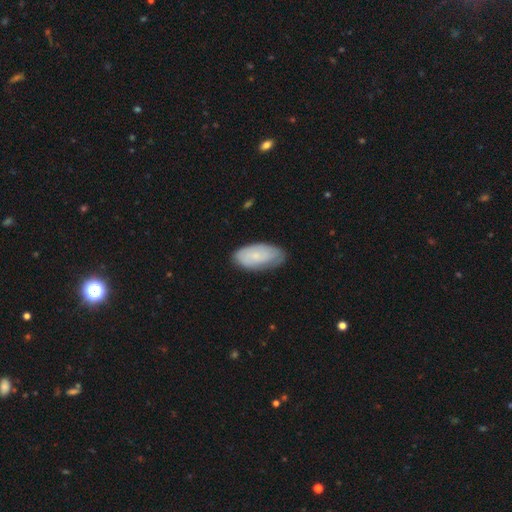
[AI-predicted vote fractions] Q: Smooth or featured?
A: smooth (67%); runner-up: featured or disk (27%)
Q: How rounded?
A: in between (93%); runner-up: cigar-shaped (4%)
Q: Merging?
A: none (69%); runner-up: minor disturbance (25%)